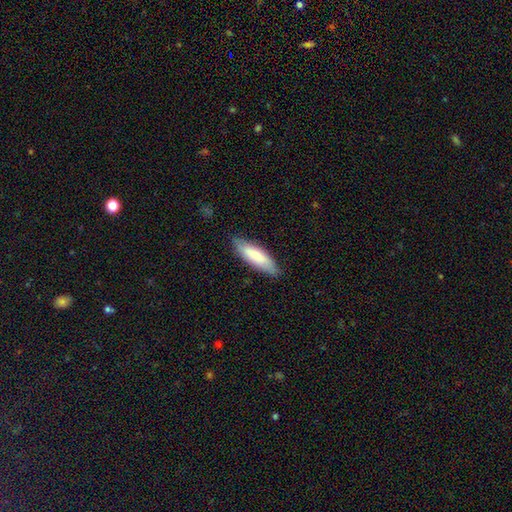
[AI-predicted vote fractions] Q: Smooth or featured?
A: smooth (79%); runner-up: featured or disk (16%)
Q: How rounded?
A: cigar-shaped (50%); runner-up: in between (48%)
Q: Merging?
A: none (82%); runner-up: minor disturbance (14%)